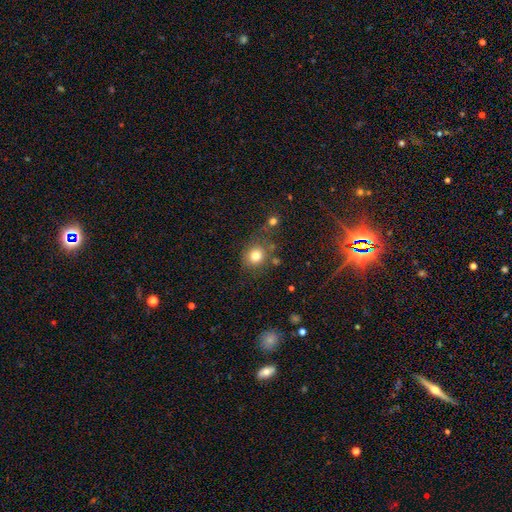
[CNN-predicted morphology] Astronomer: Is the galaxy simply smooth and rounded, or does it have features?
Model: smooth — 80%.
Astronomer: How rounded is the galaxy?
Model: round — 82%.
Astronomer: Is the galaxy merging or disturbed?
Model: none — 71%.